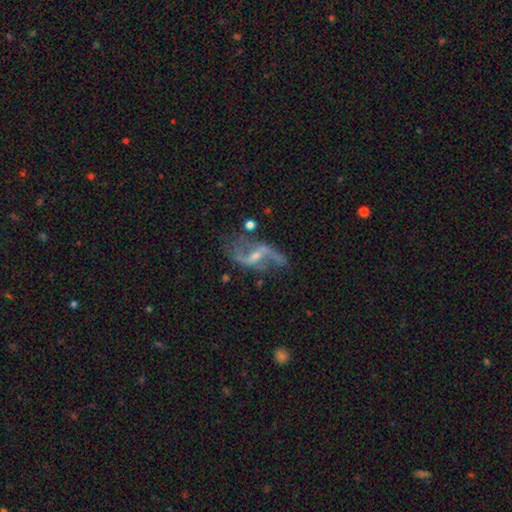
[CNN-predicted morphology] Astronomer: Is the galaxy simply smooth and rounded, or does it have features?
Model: featured or disk — 87%.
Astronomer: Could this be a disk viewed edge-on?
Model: no — 95%.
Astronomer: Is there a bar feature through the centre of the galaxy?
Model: weak — 44% (runner-up: strong, 30%).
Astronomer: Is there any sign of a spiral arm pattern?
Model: yes — 93%.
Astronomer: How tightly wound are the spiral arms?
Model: loose — 84%.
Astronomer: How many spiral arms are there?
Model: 2 — 91%.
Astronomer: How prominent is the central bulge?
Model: small — 62%.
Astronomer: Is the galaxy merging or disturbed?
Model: none — 62%.